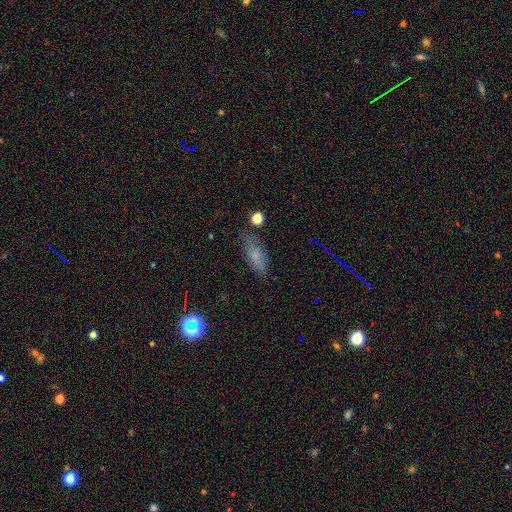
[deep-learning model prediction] Smooth or featured? smooth (71%)
How rounded? in between (70%)
Merging? none (76%)